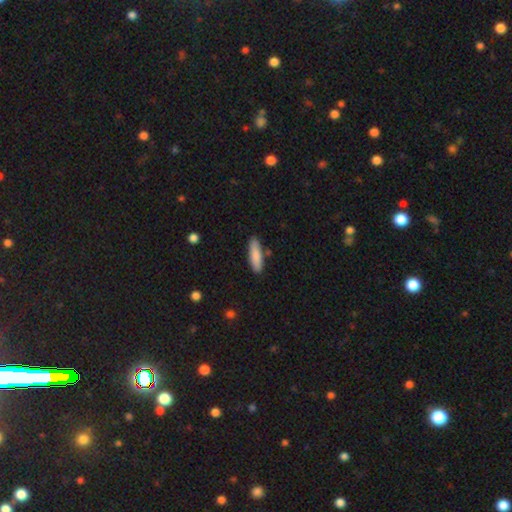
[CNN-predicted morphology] A smooth galaxy with no disk features (85%) that is cigar-shaped (59%). Merging: none (82%).